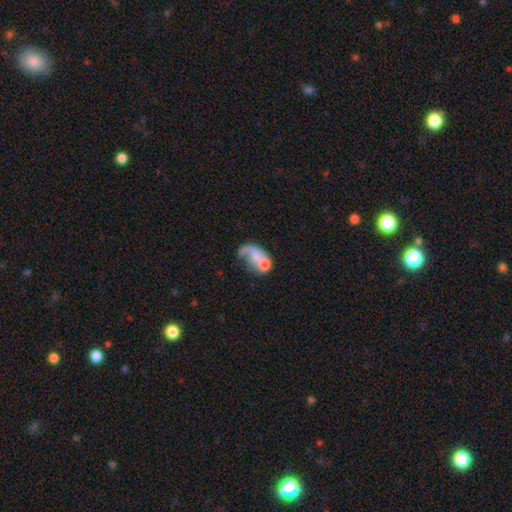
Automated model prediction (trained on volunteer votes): Smooth or featured? Predicted: featured or disk (p=0.51). Edge-on disk? Predicted: no (p=0.97). Merging? Predicted: major disturbance (p=0.36).